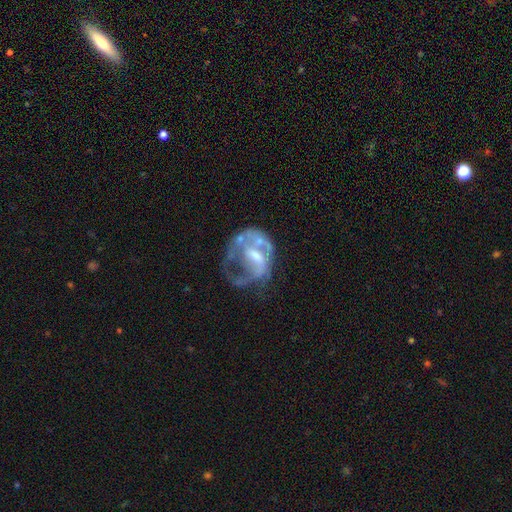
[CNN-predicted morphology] smooth_or_featured: featured or disk (p=0.72) [alt: smooth p=0.18]
disk_edge_on: no (p=0.97) [alt: yes p=0.03]
bar: no (p=0.49) [alt: weak p=0.38]
has_spiral_arms: no (p=0.54) [alt: yes p=0.46]
bulge_size: moderate (p=0.44) [alt: small p=0.31]
merging: major disturbance (p=0.46) [alt: none p=0.25]